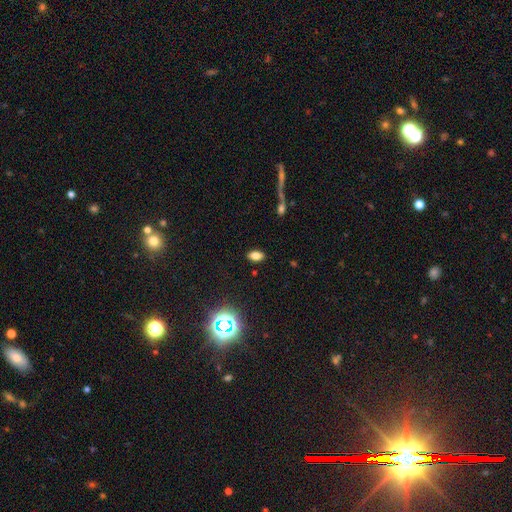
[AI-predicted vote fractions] smooth_or_featured: smooth (p=0.77) [alt: star or artifact p=0.16]
how_rounded: in between (p=0.89) [alt: round p=0.08]
merging: none (p=0.87) [alt: minor disturbance p=0.08]